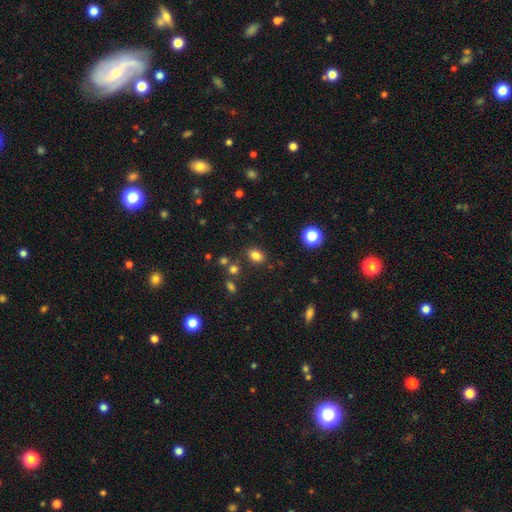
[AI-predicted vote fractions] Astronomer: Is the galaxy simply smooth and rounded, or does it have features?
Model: smooth — 81%.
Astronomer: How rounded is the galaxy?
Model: in between — 72%.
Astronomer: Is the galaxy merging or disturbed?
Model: none — 82%.